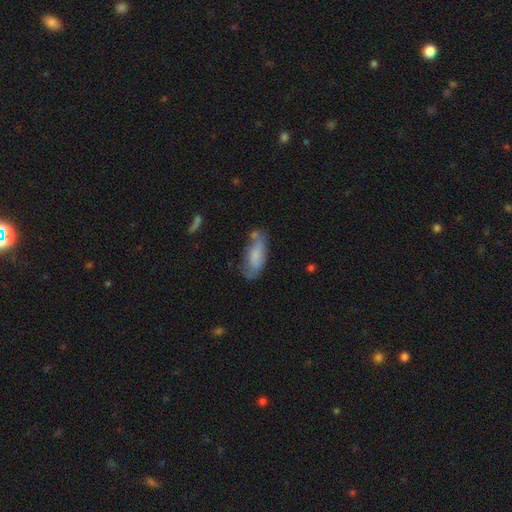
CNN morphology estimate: Q: Smooth or featured?
A: smooth (60%); runner-up: featured or disk (33%)
Q: How rounded?
A: in between (79%); runner-up: cigar-shaped (19%)
Q: Merging?
A: none (48%); runner-up: minor disturbance (30%)